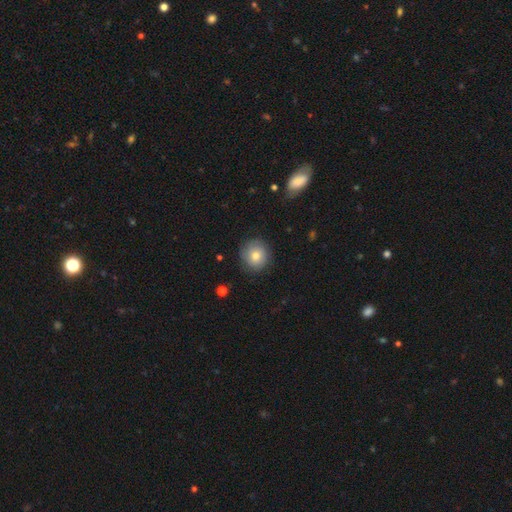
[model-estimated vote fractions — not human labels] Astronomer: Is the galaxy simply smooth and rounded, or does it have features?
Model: smooth — 68%.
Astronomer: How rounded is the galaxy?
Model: round — 92%.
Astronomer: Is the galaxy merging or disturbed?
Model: none — 83%.